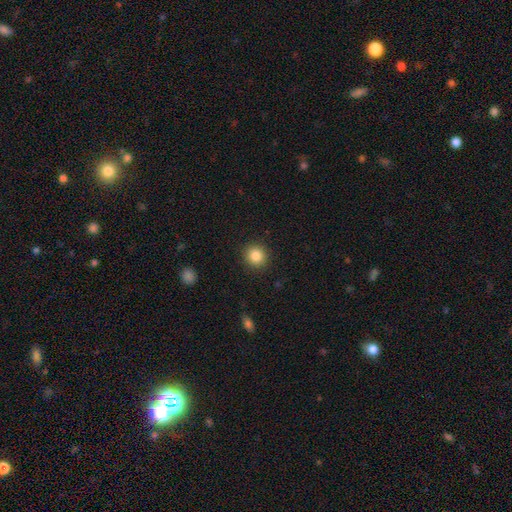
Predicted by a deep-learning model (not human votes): Morphology: type=smooth (86%); roundness=round (91%); merging=none (91%).